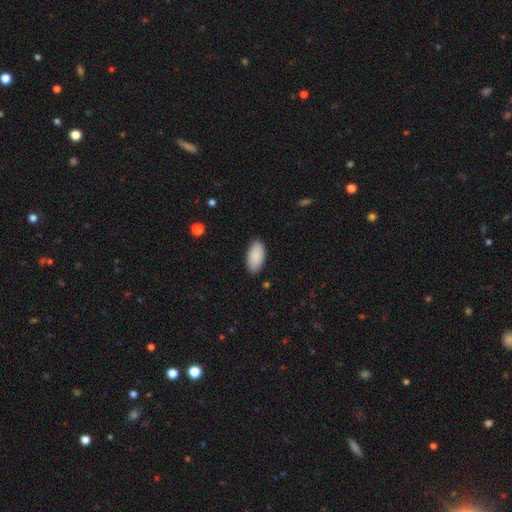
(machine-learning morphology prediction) smooth_or_featured: smooth (p=0.90) [alt: star or artifact p=0.06]
how_rounded: in between (p=0.95) [alt: cigar-shaped p=0.03]
merging: none (p=0.86) [alt: minor disturbance p=0.11]